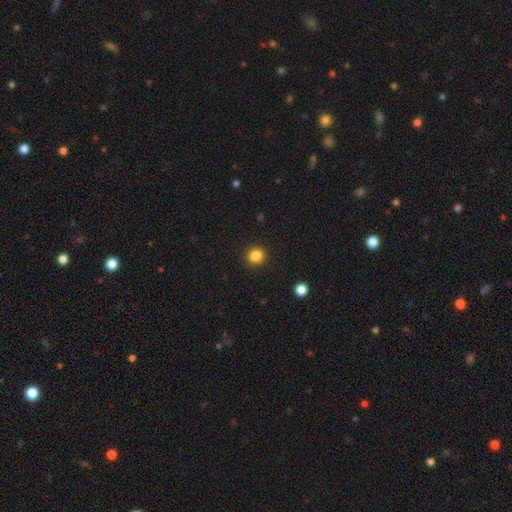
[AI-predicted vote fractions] smooth_or_featured: smooth (p=0.85) [alt: star or artifact p=0.11]
how_rounded: round (p=0.93) [alt: in between p=0.06]
merging: none (p=0.93) [alt: minor disturbance p=0.05]